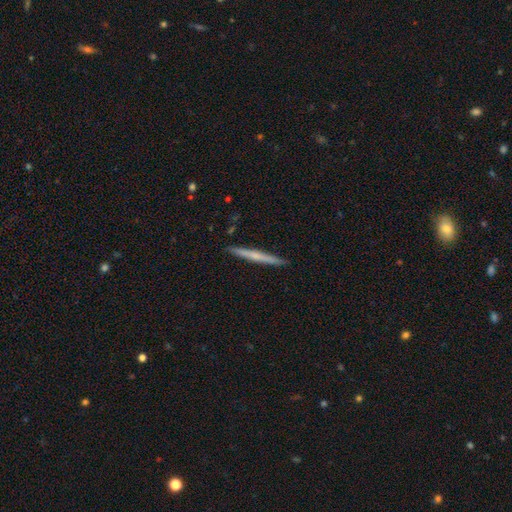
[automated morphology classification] A featured or disk galaxy (49%). Merging: none (92%).